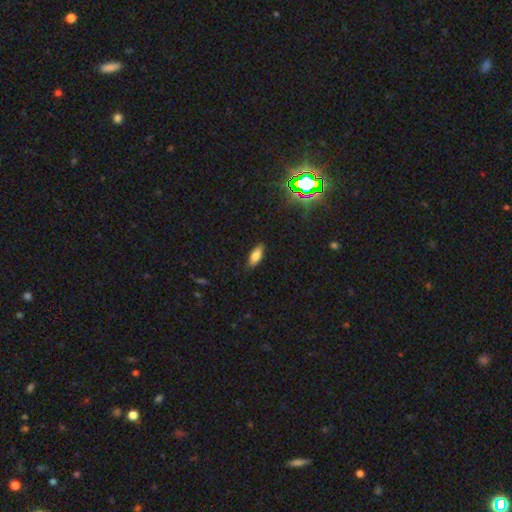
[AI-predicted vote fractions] smooth-or-featured: smooth: 80% | featured or disk: 10% | star or artifact: 10%
  how-rounded: in between: 77% | cigar-shaped: 20% | round: 2%
  merging: none: 86% | minor disturbance: 10% | major disturbance: 2% | merger: 1%